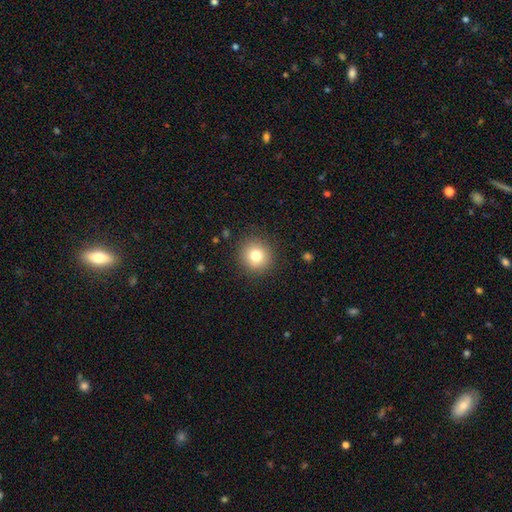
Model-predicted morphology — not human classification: The model was most divided on "smooth or featured": smooth: 79%, star or artifact: 11%, featured or disk: 10%. More confident: how rounded — round (93%); merging — none (89%).